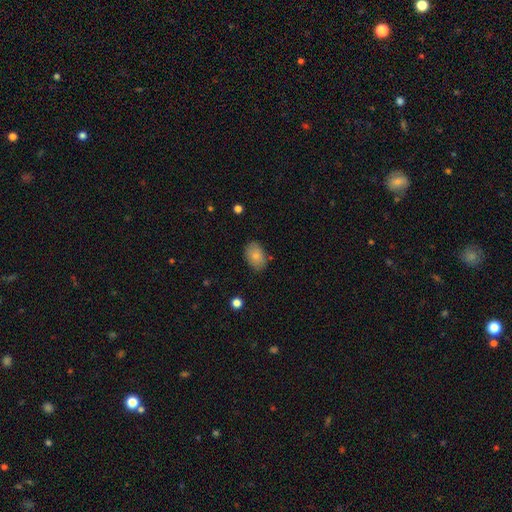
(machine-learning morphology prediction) The model was most divided on "merging": none: 82%, minor disturbance: 13%, major disturbance: 3%, merger: 2%. More confident: how rounded — in between (86%); smooth or featured — smooth (83%).